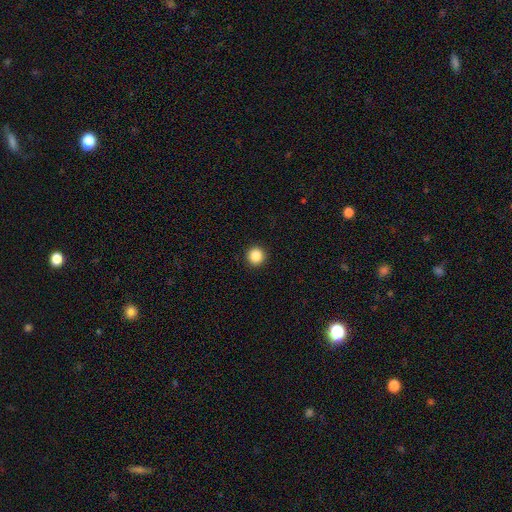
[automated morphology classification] Smooth or featured?
  - smooth: 87% *
  - star or artifact: 10%
  - featured or disk: 3%
How rounded?
  - round: 95% *
  - in between: 4%
  - cigar-shaped: 1%
Merging?
  - none: 93% *
  - minor disturbance: 4%
  - major disturbance: 2%
  - merger: 1%